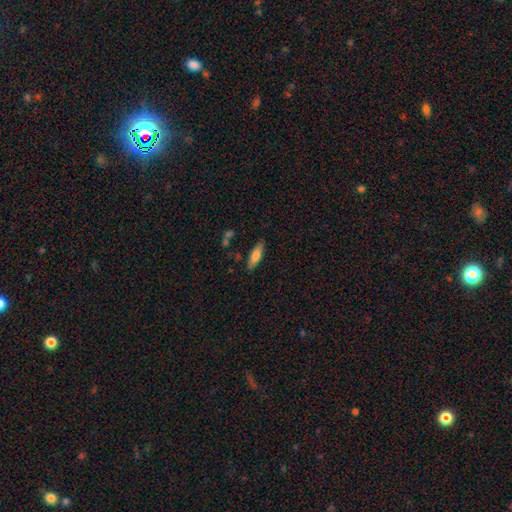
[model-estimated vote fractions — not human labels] smooth-or-featured: smooth: 75% | featured or disk: 18% | star or artifact: 7%
  how-rounded: in between: 53% | cigar-shaped: 46% | round: 2%
  merging: none: 80% | minor disturbance: 14% | major disturbance: 3% | merger: 3%